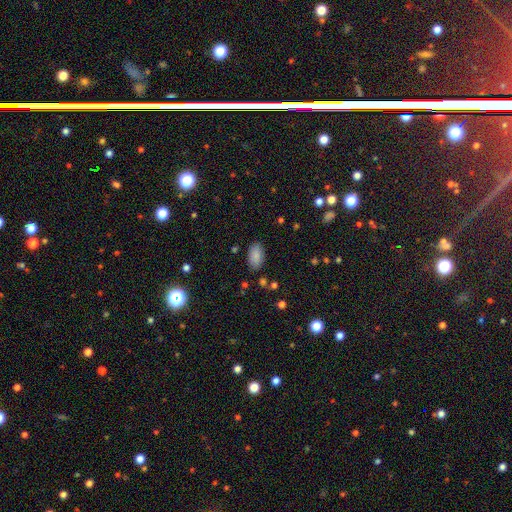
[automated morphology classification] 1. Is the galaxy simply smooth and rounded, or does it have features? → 86% smooth, 8% star or artifact, 5% featured or disk.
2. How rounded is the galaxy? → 94% in between, 4% round, 2% cigar-shaped.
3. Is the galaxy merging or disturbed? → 85% none, 10% minor disturbance, 3% major disturbance, 2% merger.